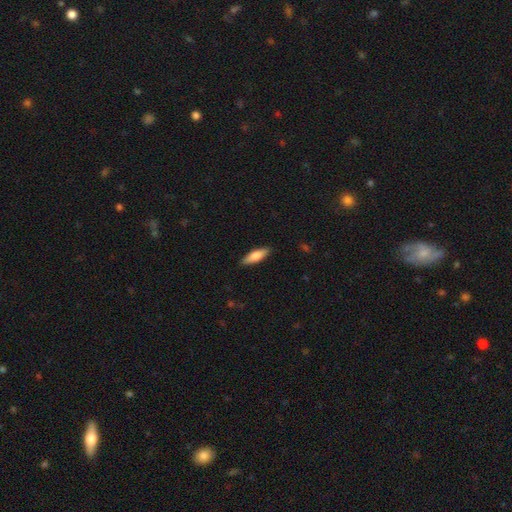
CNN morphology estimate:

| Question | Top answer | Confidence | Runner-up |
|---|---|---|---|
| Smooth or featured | smooth | 76% | featured or disk (18%) |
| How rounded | in between | 50% | cigar-shaped (48%) |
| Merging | none | 87% | minor disturbance (10%) |